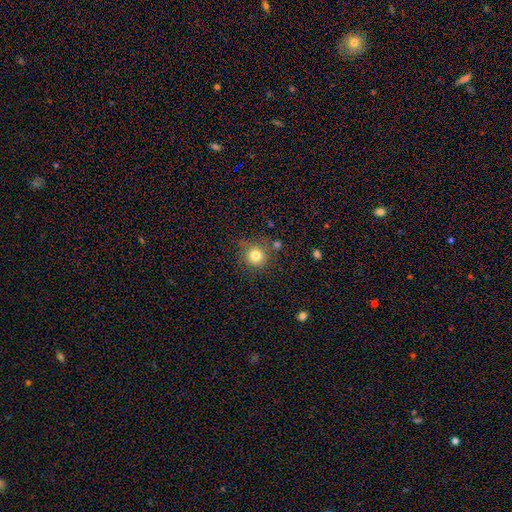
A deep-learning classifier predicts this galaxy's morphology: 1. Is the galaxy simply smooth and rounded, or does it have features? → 81% smooth, 12% star or artifact, 7% featured or disk.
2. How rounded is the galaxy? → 94% round, 5% in between, 1% cigar-shaped.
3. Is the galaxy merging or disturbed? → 80% none, 11% minor disturbance, 6% merger, 4% major disturbance.